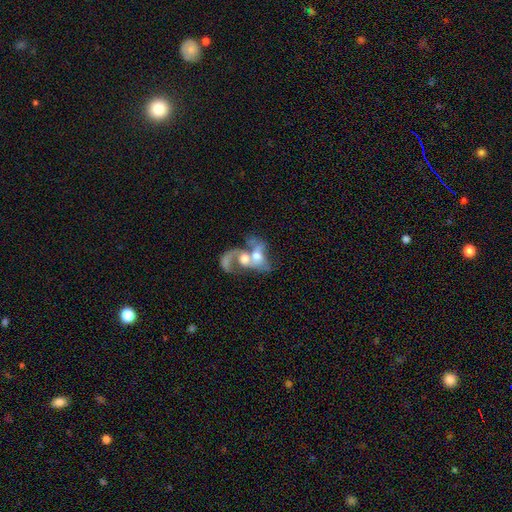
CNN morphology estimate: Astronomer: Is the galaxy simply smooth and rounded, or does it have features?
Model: featured or disk — 56% (runner-up: smooth, 36%).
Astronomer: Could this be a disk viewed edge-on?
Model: no — 97%.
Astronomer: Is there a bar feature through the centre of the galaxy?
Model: no — 79%.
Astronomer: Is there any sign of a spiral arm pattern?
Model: no — 54% (runner-up: yes, 46%).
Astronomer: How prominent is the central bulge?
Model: moderate — 55%.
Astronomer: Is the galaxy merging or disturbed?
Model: merger — 79%.